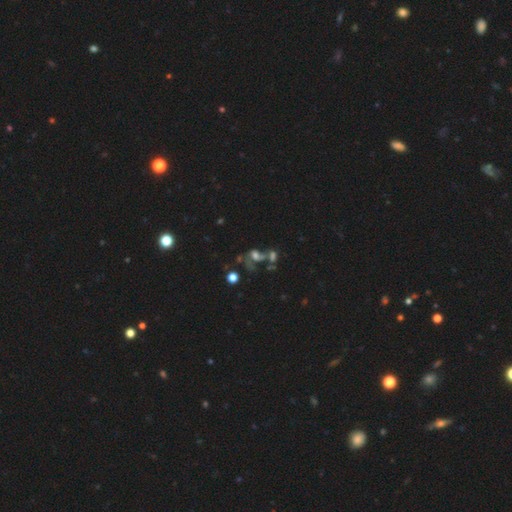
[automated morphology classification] A featured or disk galaxy (43%). Merging: merger (44%).